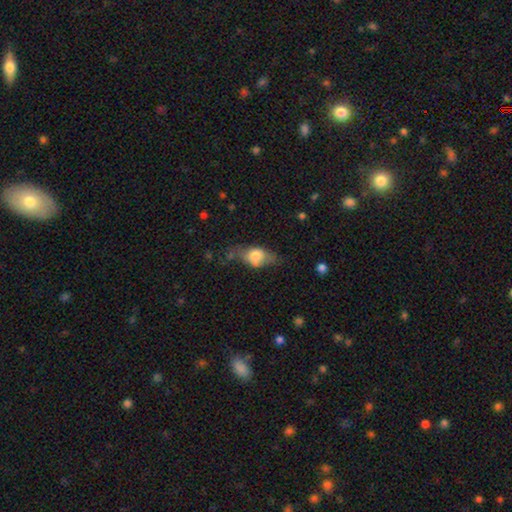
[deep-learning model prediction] smooth 62%, featured or disk 30%, star or artifact 8%. Down the decision tree: how rounded — in between (76%); merging — none (50%).